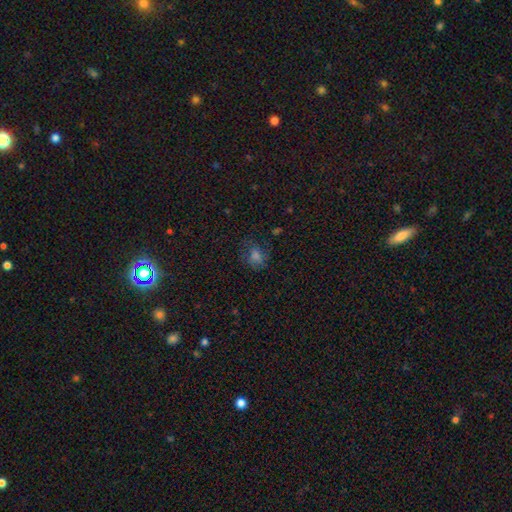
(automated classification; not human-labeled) smooth_or_featured: smooth (p=0.55) [alt: star or artifact p=0.28]
how_rounded: round (p=0.51) [alt: in between p=0.48]
merging: none (p=0.65) [alt: minor disturbance p=0.20]